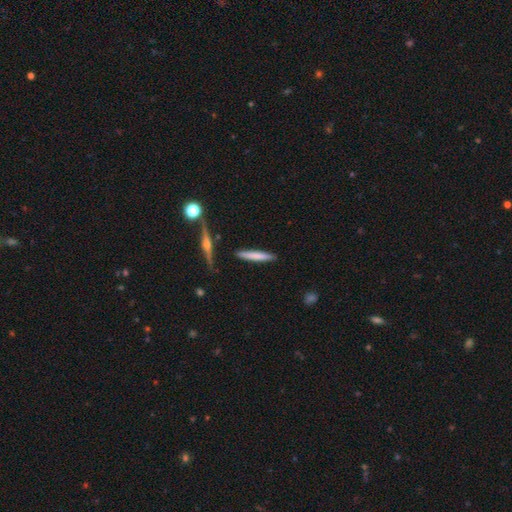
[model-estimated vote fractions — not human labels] Smooth or featured? smooth (68%)
How rounded? cigar-shaped (93%)
Merging? none (86%)